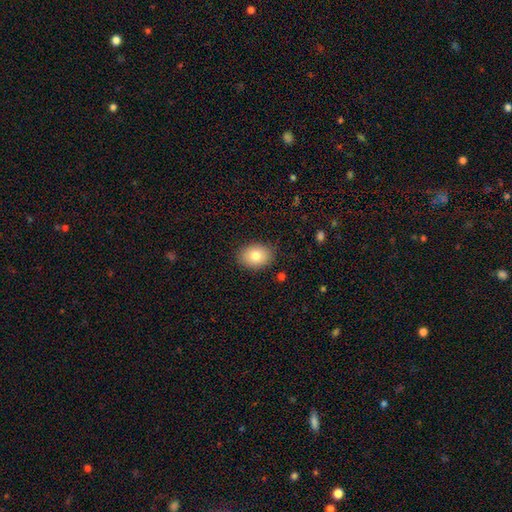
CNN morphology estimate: This is clearly a smooth galaxy (81%). How rounded: likely in between (70%). Merging: clearly none (86%).